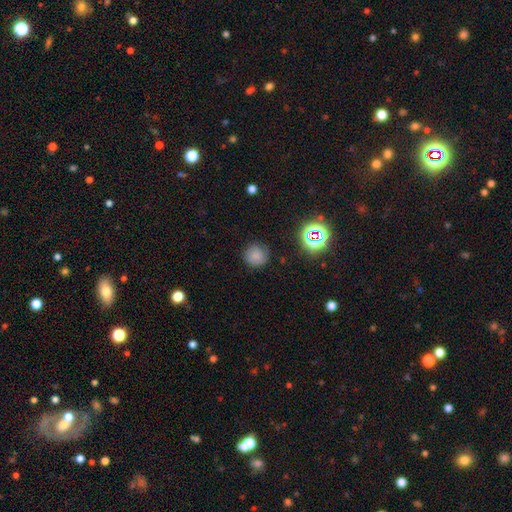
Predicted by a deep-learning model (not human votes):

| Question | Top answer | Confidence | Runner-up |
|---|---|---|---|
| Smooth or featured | smooth | 72% | star or artifact (17%) |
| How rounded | round | 92% | in between (7%) |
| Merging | none | 80% | minor disturbance (14%) |